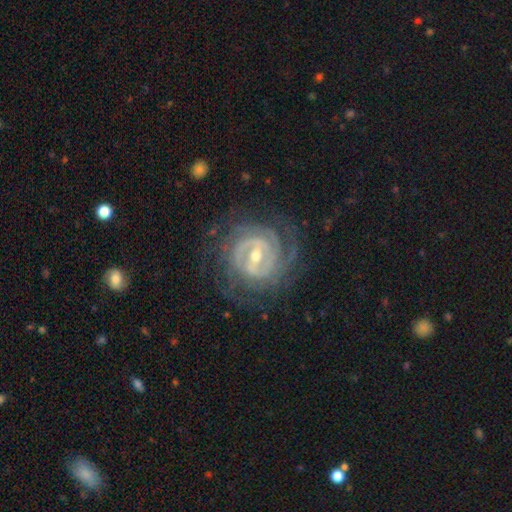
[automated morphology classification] smooth-or-featured: featured or disk: 92% | star or artifact: 4% | smooth: 4%
  disk-edge-on: no: 97% | yes: 3%
    bar: strong: 47% | weak: 41% | no: 13%
    has-spiral-arms: yes: 97% | no: 3%
      spiral-winding: tight: 73% | medium: 22% | loose: 4%
      spiral-arm-count: 2: 26% | can't tell: 23% | 3: 23% | 4: 15% | more than 4: 7% | 1: 6%
    bulge-size: moderate: 55% | small: 42% | large: 2% | none: 1% | dominant: 1%
  merging: none: 75% | minor disturbance: 15% | major disturbance: 8% | merger: 1%